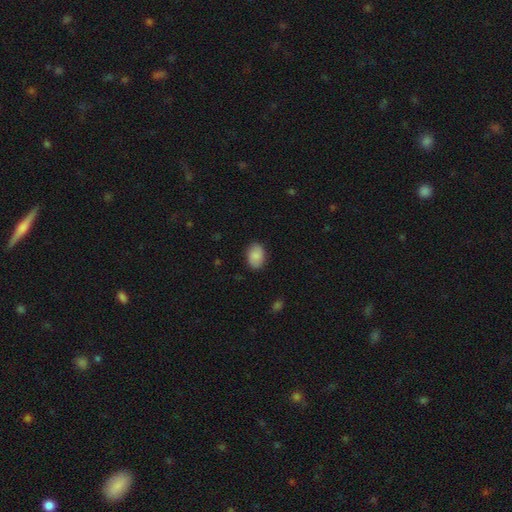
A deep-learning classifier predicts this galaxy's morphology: A smooth galaxy with no disk features (88%) that is in between round and cigar-shaped (78%). Merging: none (86%).